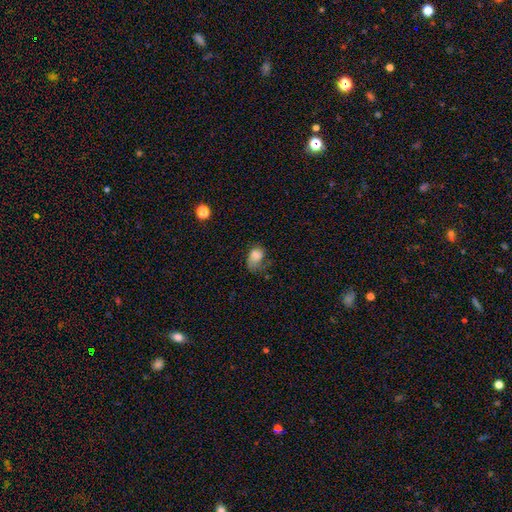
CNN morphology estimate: A smooth galaxy with no disk features (74%) that is in between round and cigar-shaped (77%).

Vote fractions:
- Smooth or featured? smooth: 74% / featured or disk: 15% / star or artifact: 11%
- How rounded? in between: 77% / round: 22% / cigar-shaped: 1%
- Merging? major disturbance: 37% / minor disturbance: 30% / none: 29% / merger: 4%